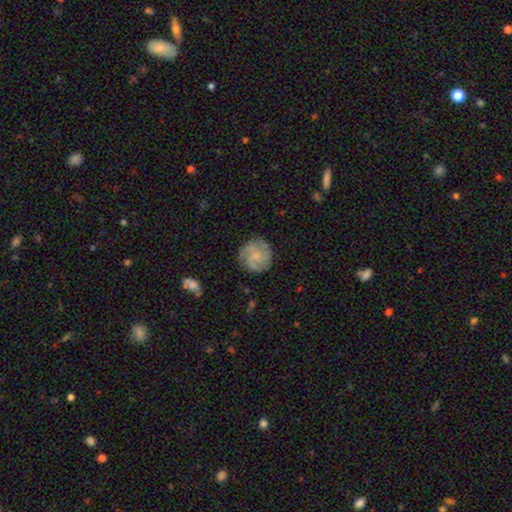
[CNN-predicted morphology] The model was most divided on "spiral winding": tight: 48%, medium: 41%, loose: 12%. Remaining: edge-on disk — no (98%); spiral arms — yes (94%); merging — none (78%); bar — no (73%); smooth or featured — featured or disk (71%); bulge size — small (60%); spiral arm count — 3 (40%).